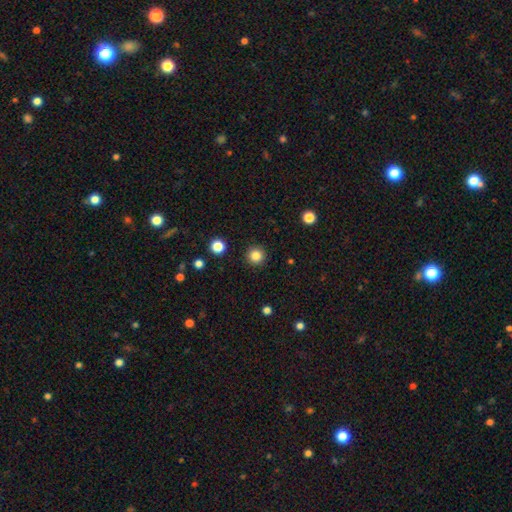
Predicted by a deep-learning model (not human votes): A smooth galaxy with no disk features (84%) that is round (95%).

Vote fractions:
- Smooth or featured? smooth: 84% / star or artifact: 11% / featured or disk: 4%
- How rounded? round: 95% / in between: 4% / cigar-shaped: 1%
- Merging? none: 92% / minor disturbance: 5% / major disturbance: 2% / merger: 1%